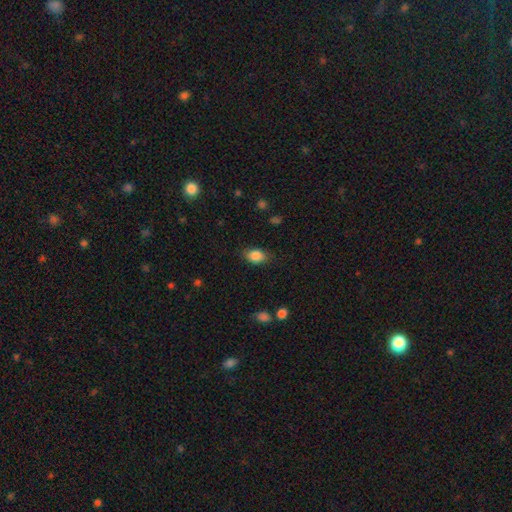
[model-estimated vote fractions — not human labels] Q: Smooth or featured?
A: smooth (85%); runner-up: star or artifact (8%)
Q: How rounded?
A: in between (81%); runner-up: round (17%)
Q: Merging?
A: none (77%); runner-up: minor disturbance (18%)